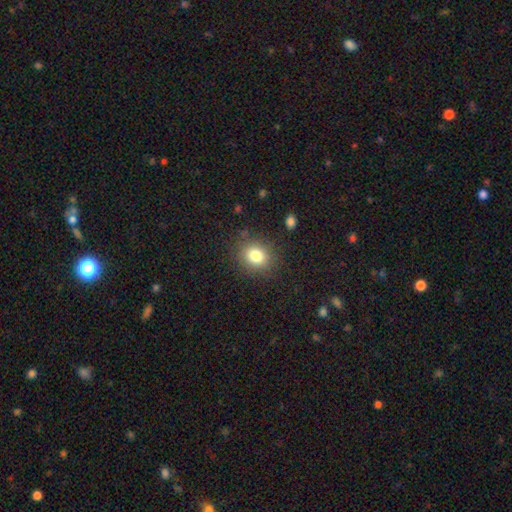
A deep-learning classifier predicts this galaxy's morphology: Smooth or featured: smooth — 80% (star or artifact — 12%)
How rounded: round — 69% (in between — 30%)
Merging: none — 85% (minor disturbance — 9%)